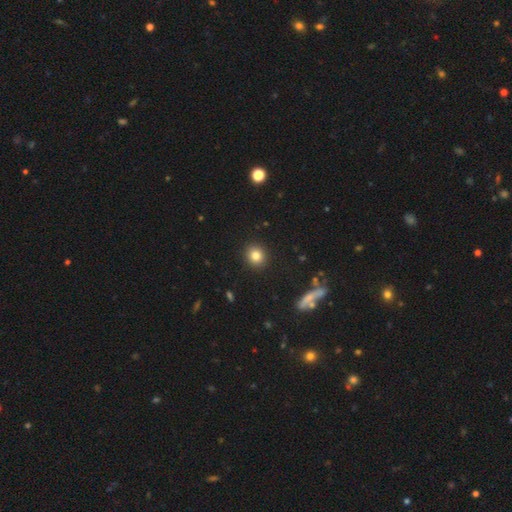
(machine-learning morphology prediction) smooth_or_featured: smooth (p=0.82) [alt: star or artifact p=0.11]
how_rounded: round (p=0.85) [alt: in between p=0.14]
merging: none (p=0.92) [alt: minor disturbance p=0.05]